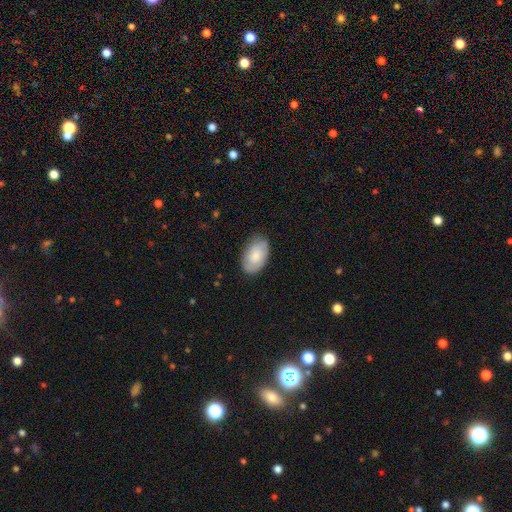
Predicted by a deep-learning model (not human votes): smooth-or-featured: smooth: 78% | featured or disk: 16% | star or artifact: 6%
  how-rounded: in between: 94% | round: 5% | cigar-shaped: 1%
  merging: none: 79% | minor disturbance: 17% | major disturbance: 3% | merger: 1%